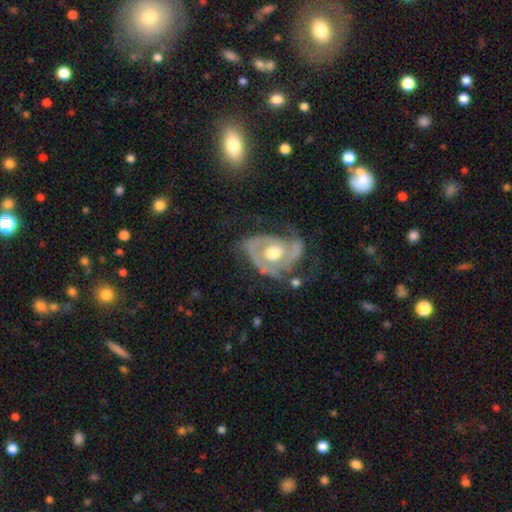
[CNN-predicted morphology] This appears to be a featured or disk galaxy (86%) with no bar (67%), 2 (70%) tight (45%) spiral arms (92%) and a moderate central bulge (73%). Merging: none (59%).